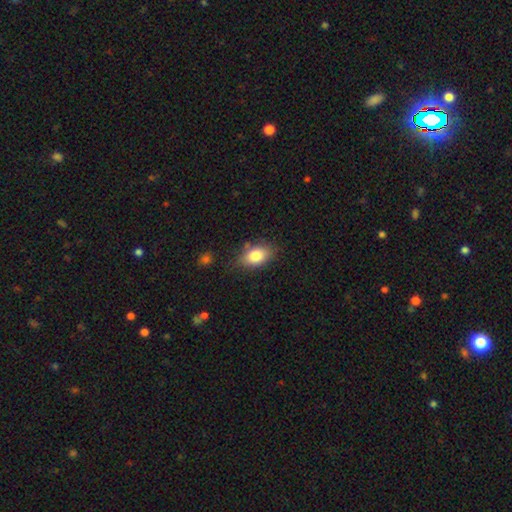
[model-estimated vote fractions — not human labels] smooth 82%, featured or disk 10%, star or artifact 8%. Down the decision tree: how rounded — in between (86%); merging — none (75%).